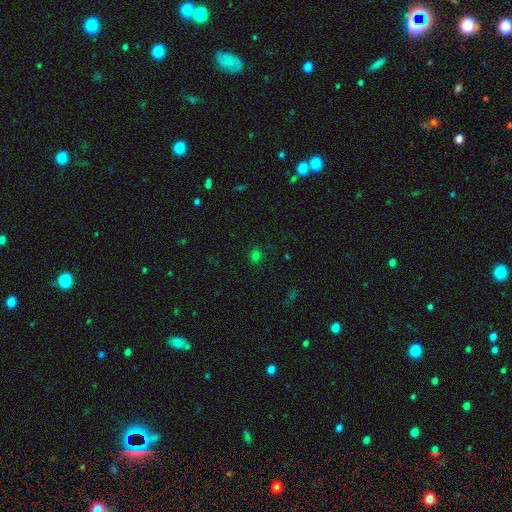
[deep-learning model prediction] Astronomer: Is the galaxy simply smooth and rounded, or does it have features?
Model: smooth — 72%.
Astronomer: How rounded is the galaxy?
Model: round — 56% (runner-up: in between, 42%).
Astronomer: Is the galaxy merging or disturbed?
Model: none — 83%.